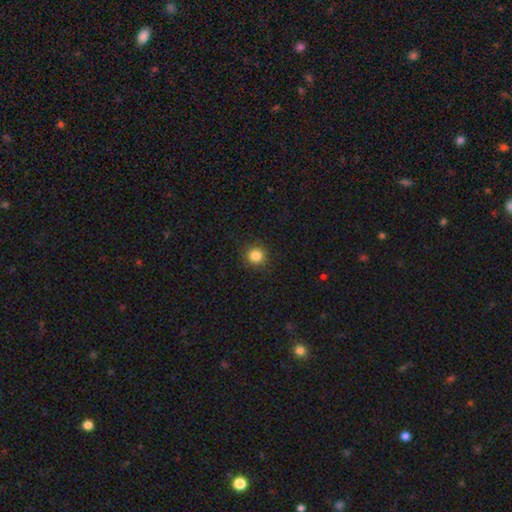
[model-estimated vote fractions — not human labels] Smooth or featured? Predicted: smooth (p=0.85). How rounded? Predicted: round (p=0.93). Merging? Predicted: none (p=0.91).